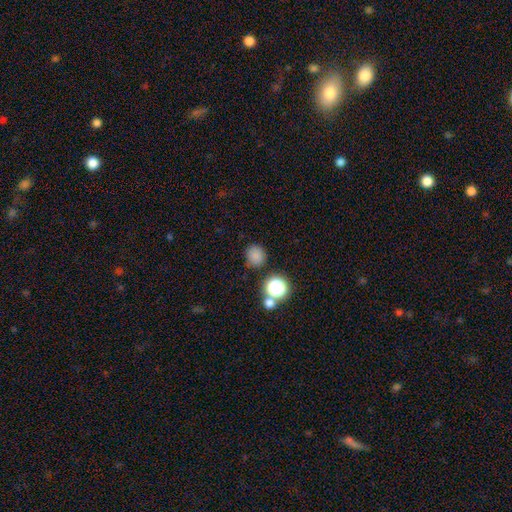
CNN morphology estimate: The model was most divided on "smooth or featured": smooth: 78%, star or artifact: 16%, featured or disk: 5%. More confident: how rounded — round (86%); merging — none (79%).